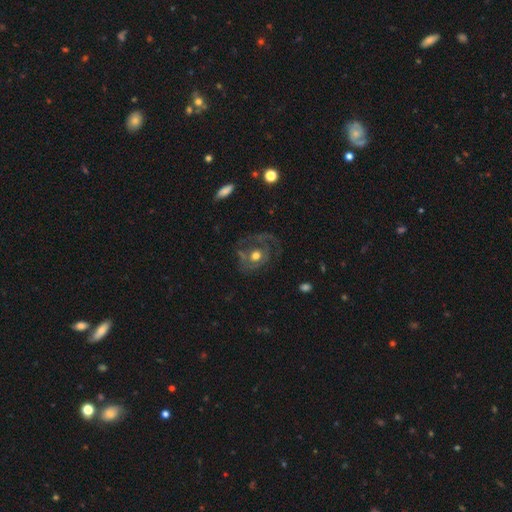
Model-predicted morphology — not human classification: smooth_or_featured: featured or disk (p=0.66) [alt: smooth p=0.25]
disk_edge_on: no (p=0.96) [alt: yes p=0.04]
bar: no (p=0.81) [alt: weak p=0.15]
has_spiral_arms: yes (p=0.57) [alt: no p=0.43]
bulge_size: moderate (p=0.72) [alt: large p=0.15]
merging: none (p=0.51) [alt: major disturbance p=0.27]